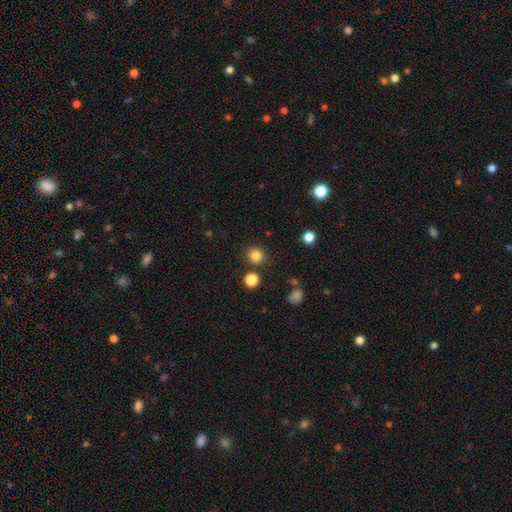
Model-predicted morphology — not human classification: Smooth or featured? smooth (83%)
How rounded? round (91%)
Merging? none (85%)